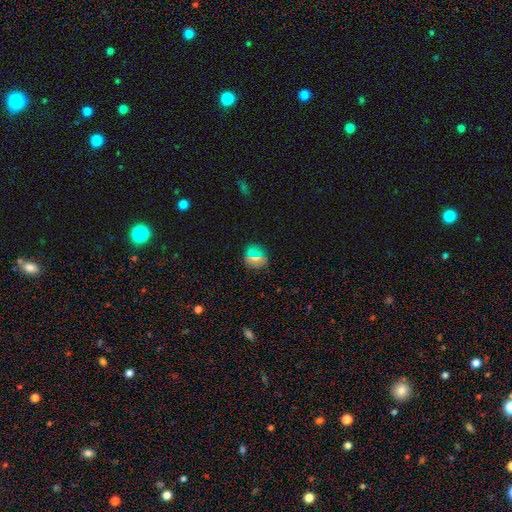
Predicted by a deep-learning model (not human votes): A smooth galaxy with no disk features (65%) that is round (86%).

Vote fractions:
- Smooth or featured? smooth: 65% / star or artifact: 23% / featured or disk: 12%
- How rounded? round: 86% / in between: 12% / cigar-shaped: 2%
- Merging? none: 85% / minor disturbance: 9% / major disturbance: 3% / merger: 2%